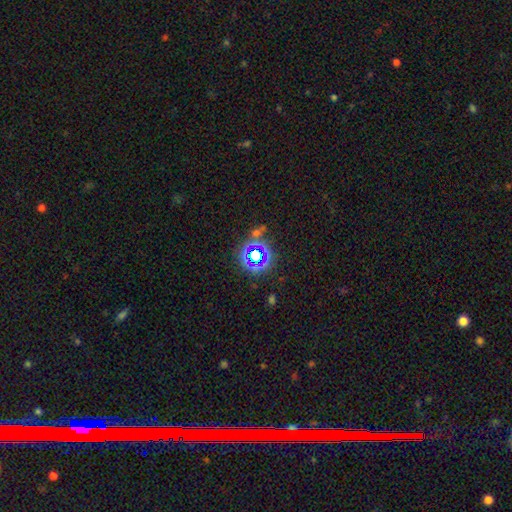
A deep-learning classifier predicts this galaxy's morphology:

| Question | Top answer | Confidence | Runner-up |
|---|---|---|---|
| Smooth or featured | star or artifact | 64% | smooth (25%) |